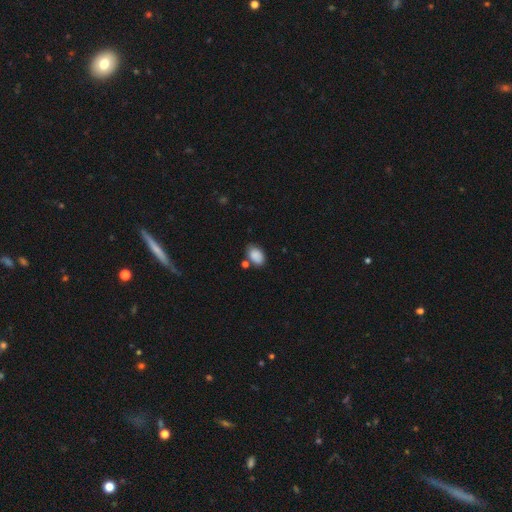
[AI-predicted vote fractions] Morphology: type=smooth (87%); roundness=in between (86%); merging=none (65%).